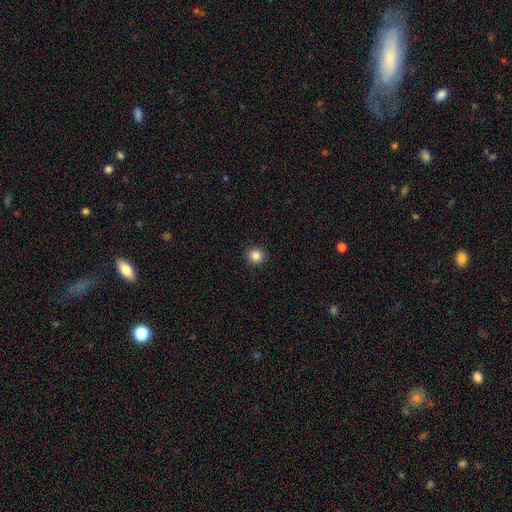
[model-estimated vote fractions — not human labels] This is clearly a smooth galaxy (85%). How rounded: clearly round (92%). Merging: clearly none (92%).